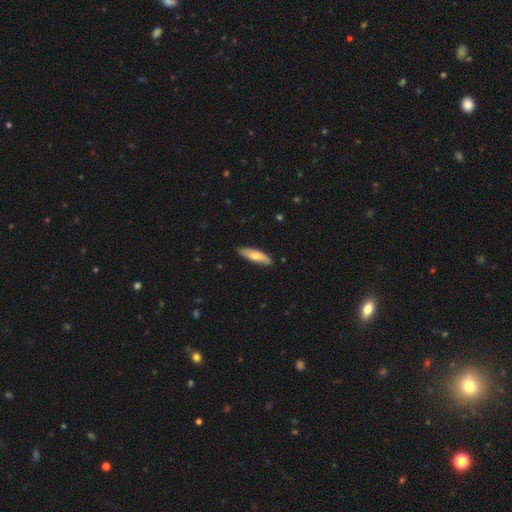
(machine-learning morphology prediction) This appears to be a smooth galaxy with no disk features (62%) that is cigar-shaped (56%). Merging: none (87%).